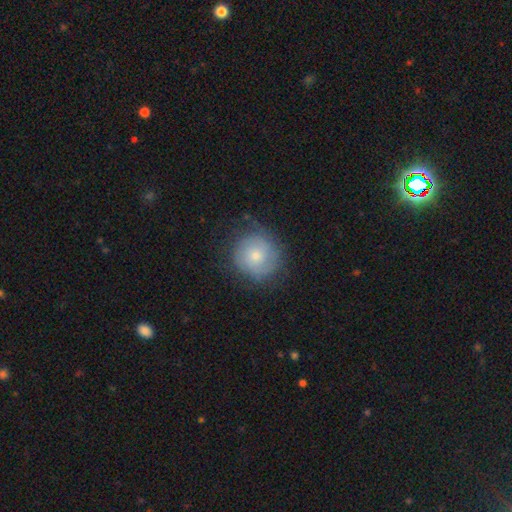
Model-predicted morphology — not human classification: smooth_or_featured: smooth (p=0.55) [alt: featured or disk p=0.38]
how_rounded: round (p=0.92) [alt: in between p=0.07]
merging: none (p=0.72) [alt: minor disturbance p=0.20]